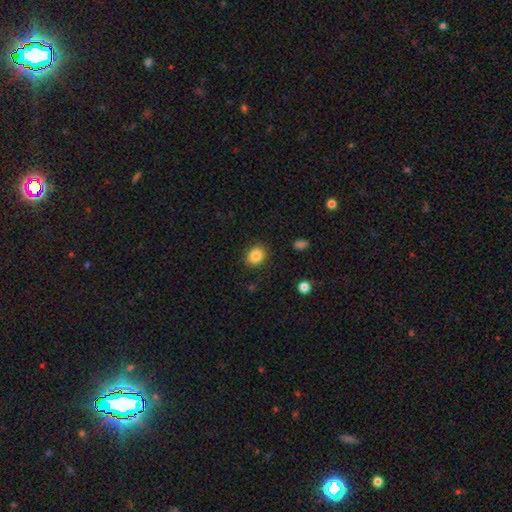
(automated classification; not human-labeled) smooth-or-featured: smooth: 85% | star or artifact: 9% | featured or disk: 6%
  how-rounded: round: 59% | in between: 40% | cigar-shaped: 1%
  merging: none: 86% | minor disturbance: 10% | major disturbance: 3% | merger: 1%